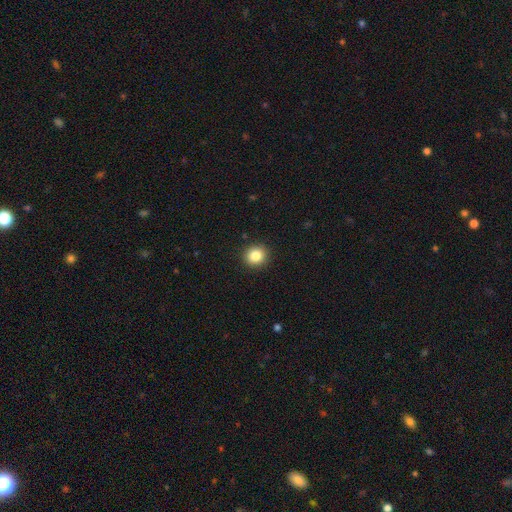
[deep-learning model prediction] This appears to be a smooth galaxy with no disk features (84%) that is round (88%). Merging: none (92%).